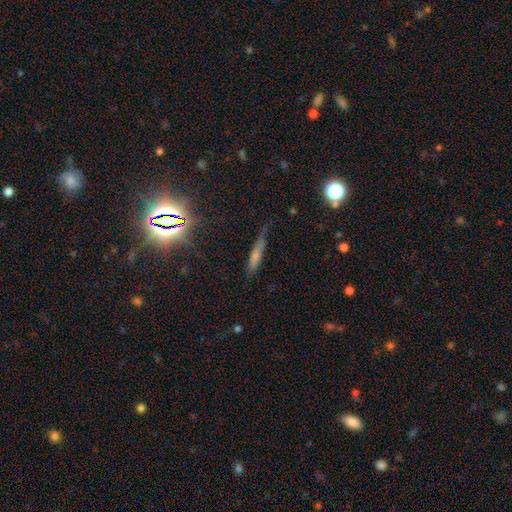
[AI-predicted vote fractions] A smooth galaxy with no disk features (64%) that is cigar-shaped (85%).

Vote fractions:
- Smooth or featured? smooth: 64% / featured or disk: 22% / star or artifact: 14%
- How rounded? cigar-shaped: 85% / in between: 13% / round: 2%
- Merging? none: 63% / minor disturbance: 28% / major disturbance: 7% / merger: 2%